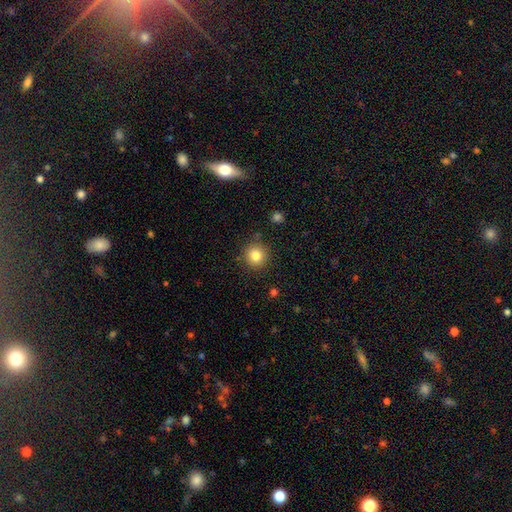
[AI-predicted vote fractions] smooth_or_featured: smooth (p=0.83) [alt: star or artifact p=0.11]
how_rounded: round (p=0.93) [alt: in between p=0.06]
merging: none (p=0.86) [alt: minor disturbance p=0.09]